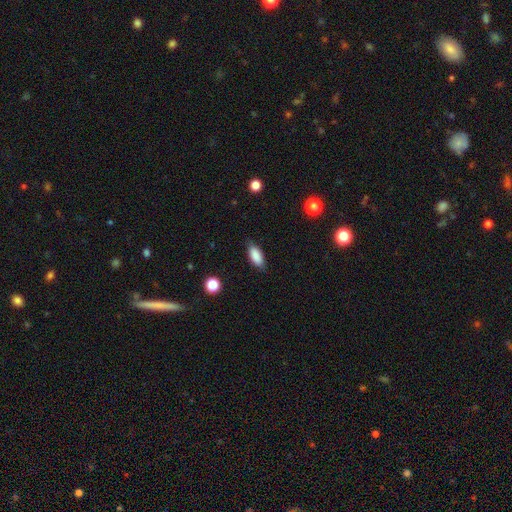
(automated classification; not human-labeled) The model was most divided on "merging": none: 84%, minor disturbance: 12%, major disturbance: 3%, merger: 1%. More confident: smooth or featured — smooth (88%); how rounded — in between (86%).